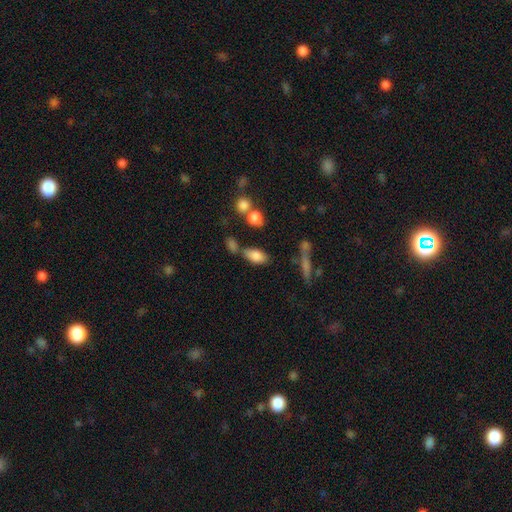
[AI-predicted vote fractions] This is clearly a smooth galaxy (80%). How rounded: clearly in between (88%). Merging: likely none (64%).